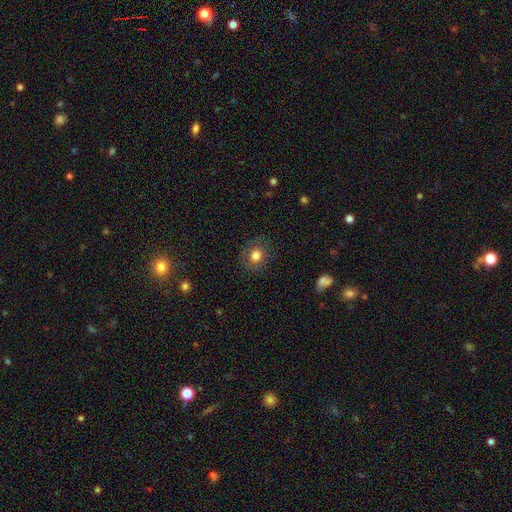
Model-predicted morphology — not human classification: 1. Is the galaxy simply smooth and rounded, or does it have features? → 78% smooth, 11% star or artifact, 11% featured or disk.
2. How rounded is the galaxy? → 76% round, 23% in between, 1% cigar-shaped.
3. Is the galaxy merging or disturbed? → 85% none, 10% minor disturbance, 4% major disturbance, 1% merger.